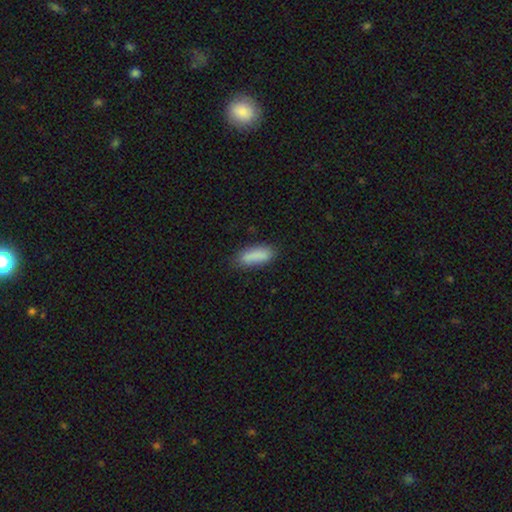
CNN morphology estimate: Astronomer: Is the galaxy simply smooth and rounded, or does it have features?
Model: smooth — 86%.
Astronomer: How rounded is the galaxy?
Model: in between — 61% (runner-up: cigar-shaped, 37%).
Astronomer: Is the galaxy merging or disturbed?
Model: none — 74%.